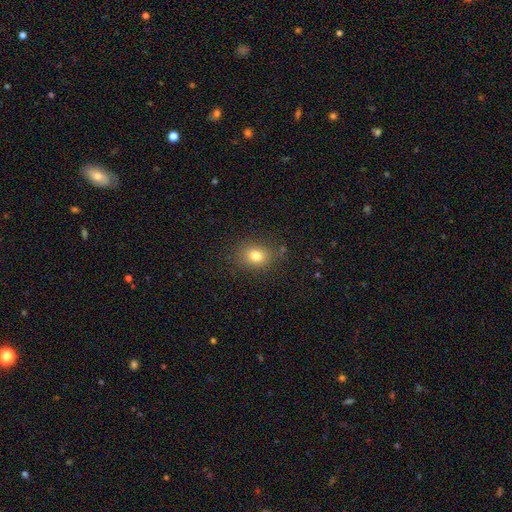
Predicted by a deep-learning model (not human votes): smooth_or_featured: smooth (p=0.78) [alt: star or artifact p=0.13]
how_rounded: round (p=0.53) [alt: in between p=0.45]
merging: none (p=0.83) [alt: minor disturbance p=0.12]